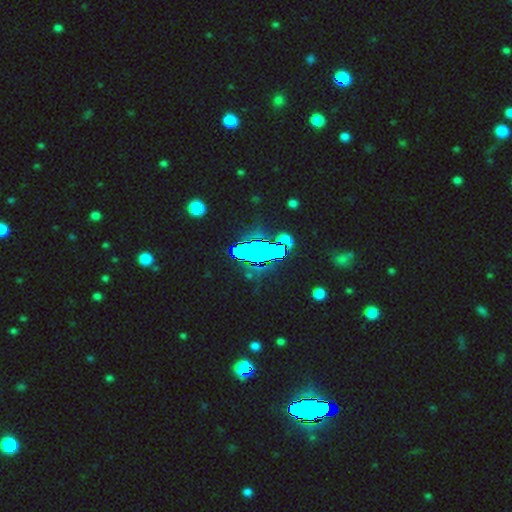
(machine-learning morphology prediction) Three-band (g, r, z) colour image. It shows a star or artifact, not a galaxy (70%).